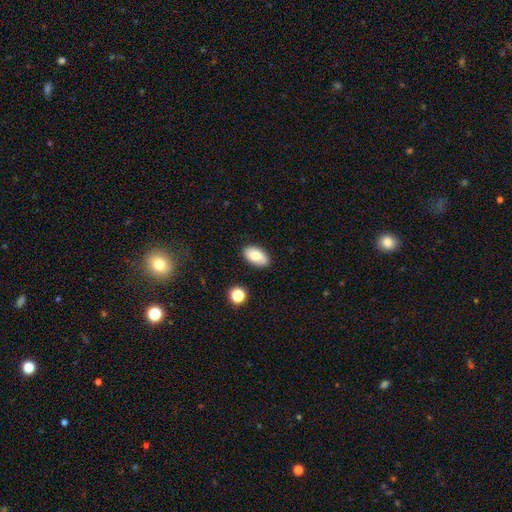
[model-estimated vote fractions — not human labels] A smooth galaxy with no disk features (80%) that is in between round and cigar-shaped (94%).

Vote fractions:
- Smooth or featured? smooth: 80% / featured or disk: 12% / star or artifact: 8%
- How rounded? in between: 94% / round: 4% / cigar-shaped: 2%
- Merging? none: 84% / minor disturbance: 12% / major disturbance: 2% / merger: 2%